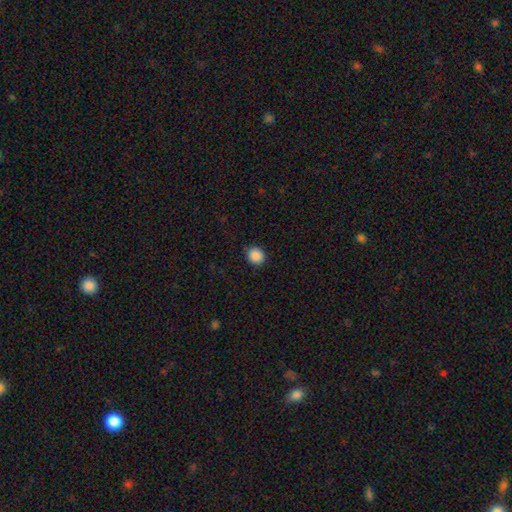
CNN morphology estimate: Smooth or featured: smooth — 89% (star or artifact — 9%)
How rounded: round — 82% (in between — 17%)
Merging: none — 89% (minor disturbance — 8%)